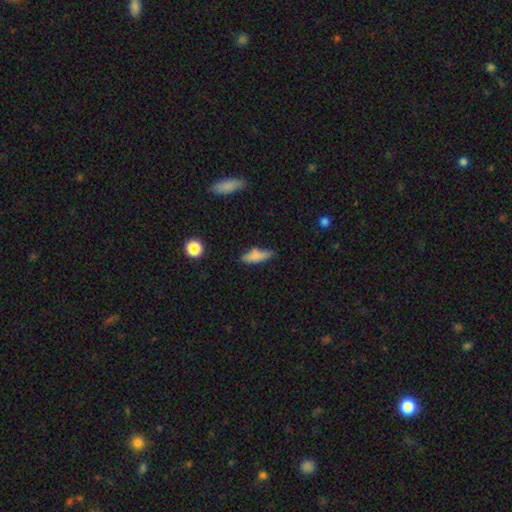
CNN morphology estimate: This is likely a smooth galaxy (76%). How rounded: possibly cigar-shaped (52%). Merging: likely none (65%).